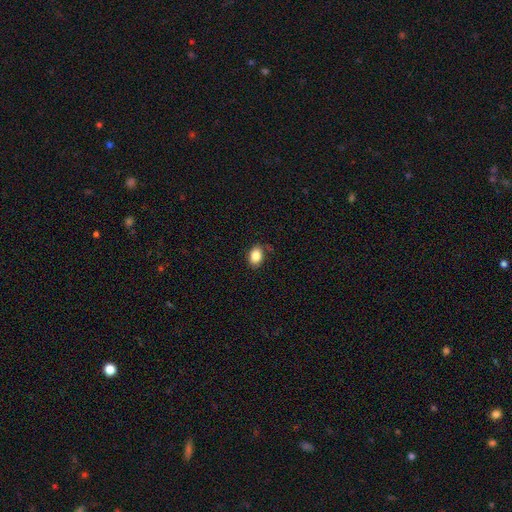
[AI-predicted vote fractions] smooth 85%, star or artifact 9%, featured or disk 6%. Down the decision tree: how rounded — in between (73%); merging — none (79%).